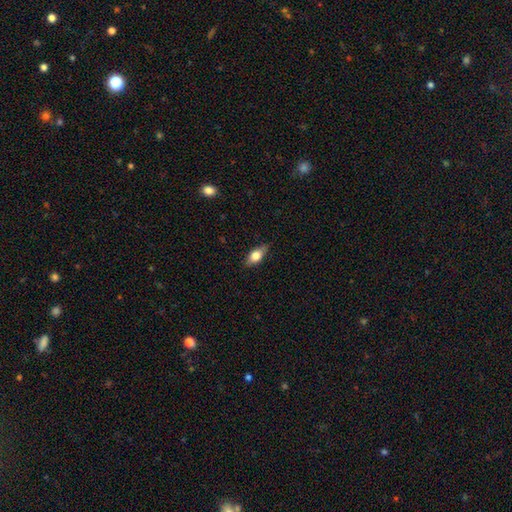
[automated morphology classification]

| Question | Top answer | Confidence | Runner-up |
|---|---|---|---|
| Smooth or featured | smooth | 73% | featured or disk (19%) |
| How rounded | in between | 83% | cigar-shaped (11%) |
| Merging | none | 81% | minor disturbance (15%) |